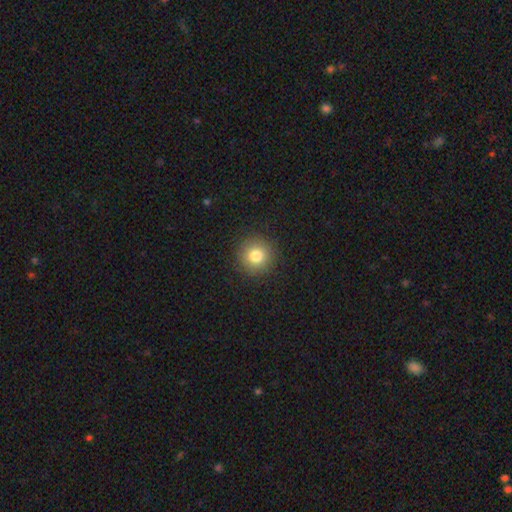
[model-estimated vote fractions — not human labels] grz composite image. It shows a smooth galaxy with no disk features (81%) that is round (94%). Merging: none (91%).